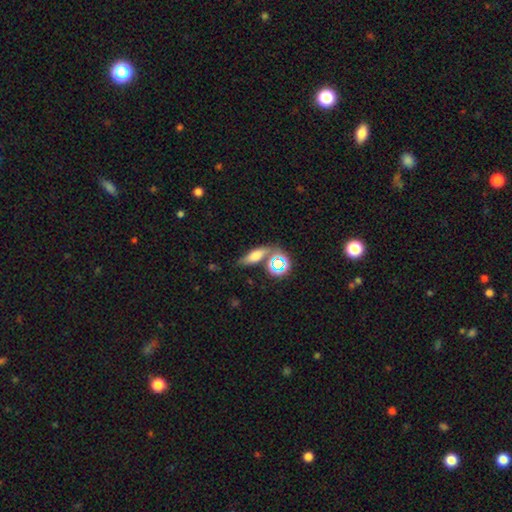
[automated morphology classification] This is likely a smooth galaxy (62%). How rounded: possibly in between (52%). Merging: likely none (64%).